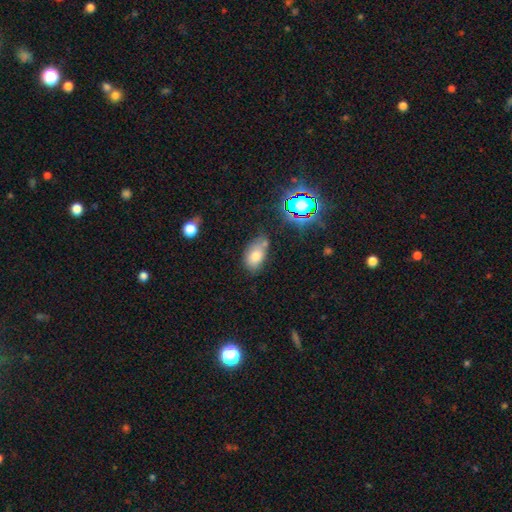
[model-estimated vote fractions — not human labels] Smooth or featured? smooth (75%)
How rounded? in between (88%)
Merging? none (50%)